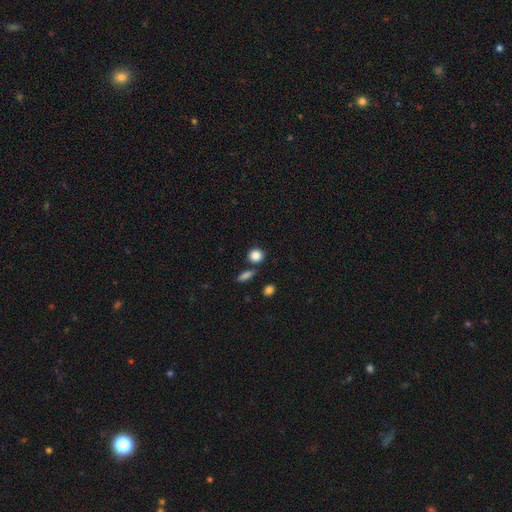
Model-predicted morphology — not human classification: Overall: smooth (86%). How rounded: round (83%). Merging: none (76%).